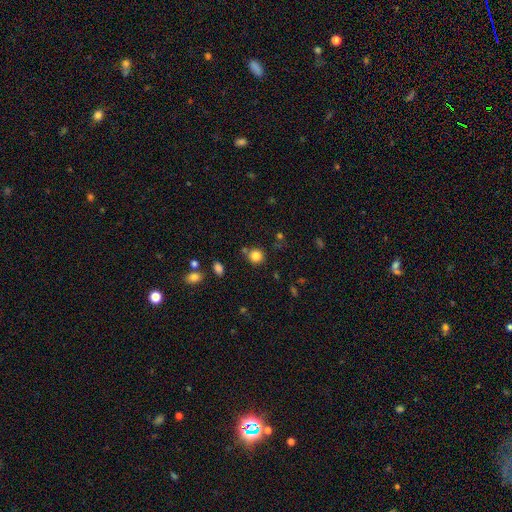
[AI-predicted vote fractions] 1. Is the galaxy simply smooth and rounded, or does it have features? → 83% smooth, 12% star or artifact, 5% featured or disk.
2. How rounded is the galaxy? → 89% round, 10% in between, 1% cigar-shaped.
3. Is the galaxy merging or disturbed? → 76% none, 11% minor disturbance, 10% merger, 4% major disturbance.